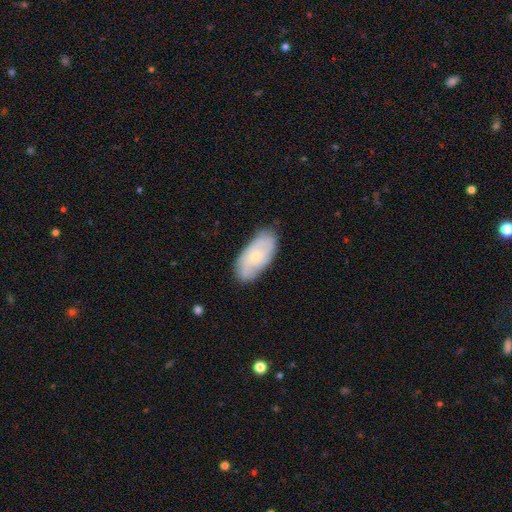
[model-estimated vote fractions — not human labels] Smooth or featured: featured or disk — 49% (smooth — 44%)
Merging: none — 79% (minor disturbance — 17%)